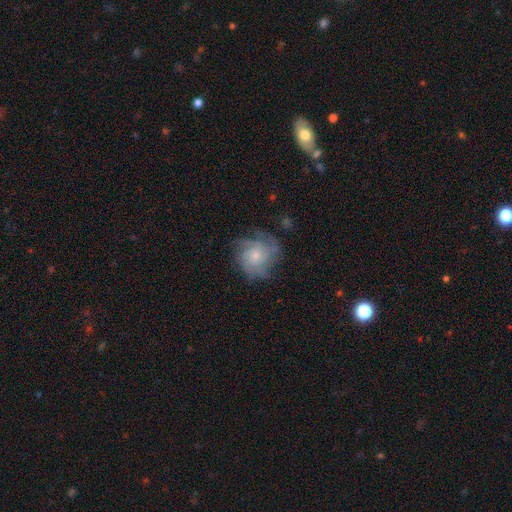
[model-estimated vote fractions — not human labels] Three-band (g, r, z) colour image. It shows a featured or disk galaxy (70%) with no bar (77%), tight (51%) spiral arms (91%) and a small central bulge (46%). Merging: none (66%).